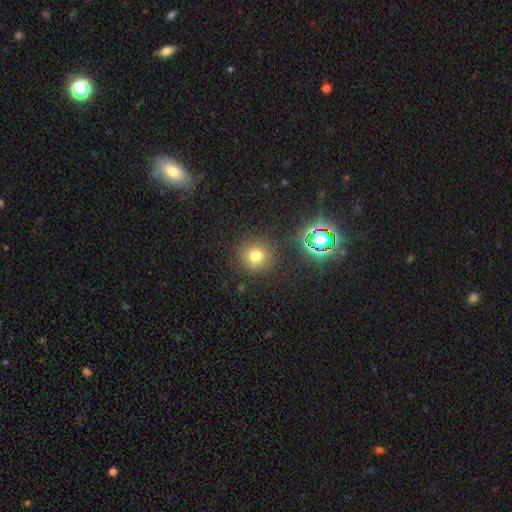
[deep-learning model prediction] Q: Smooth or featured?
A: smooth (71%); runner-up: star or artifact (21%)
Q: How rounded?
A: round (93%); runner-up: in between (6%)
Q: Merging?
A: none (86%); runner-up: minor disturbance (8%)